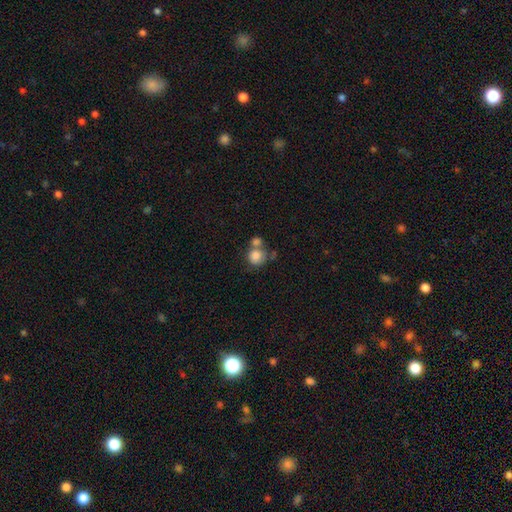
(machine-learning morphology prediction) A smooth galaxy with no disk features (82%) that is round (85%). Merging: merger (42%).